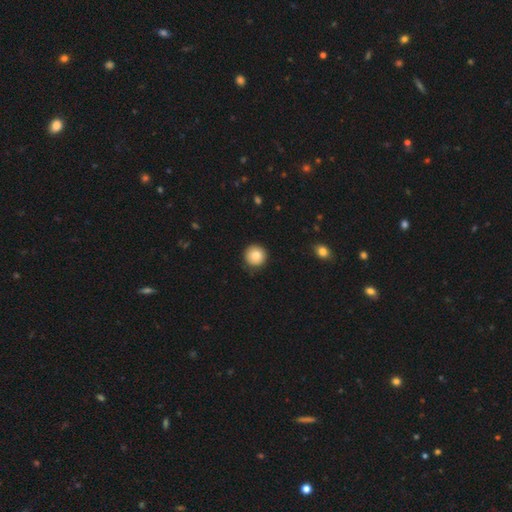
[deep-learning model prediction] Smooth or featured? Predicted: smooth (p=0.84). How rounded? Predicted: round (p=0.95). Merging? Predicted: none (p=0.89).